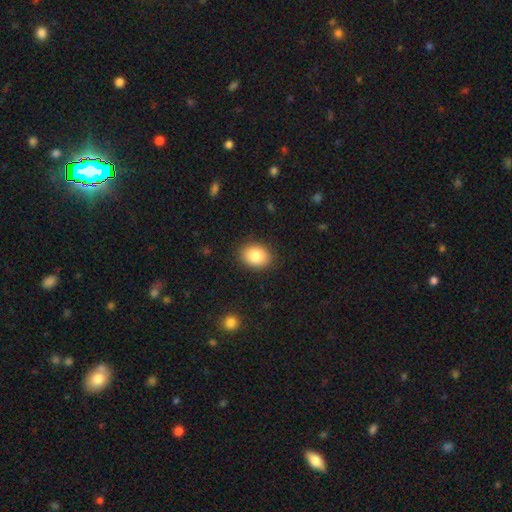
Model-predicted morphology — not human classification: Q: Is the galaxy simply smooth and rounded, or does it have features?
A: smooth — 85%.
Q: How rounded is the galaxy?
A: in between — 56%.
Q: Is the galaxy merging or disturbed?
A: none — 88%.